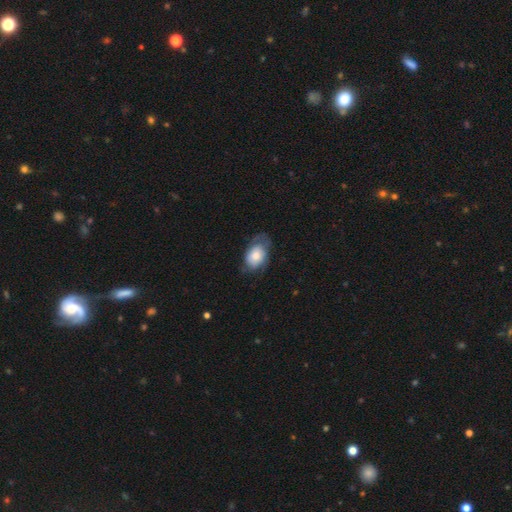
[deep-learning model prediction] Smooth or featured: smooth — 61% (featured or disk — 32%)
How rounded: in between — 85% (round — 14%)
Merging: none — 50% (minor disturbance — 31%)